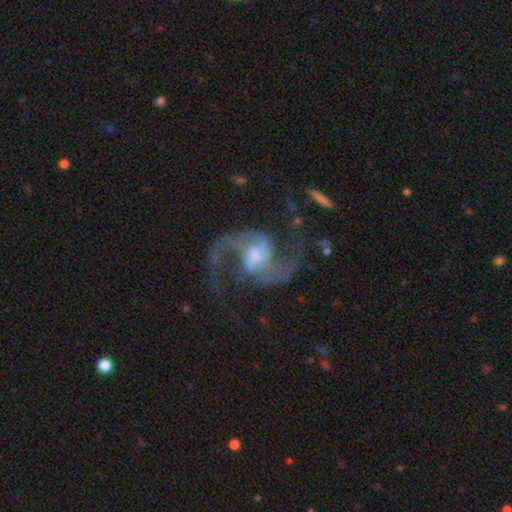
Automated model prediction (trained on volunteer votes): featured or disk 91%, star or artifact 5%, smooth 4%. Down the decision tree: edge-on disk — no (98%); bar — weak (49%); spiral arms — yes (98%); spiral arm count — 2 (93%); spiral winding — loose (61%); bulge size — moderate (35%); merging — none (68%).